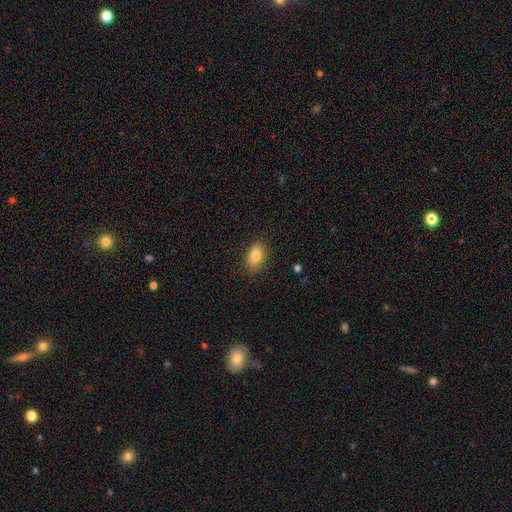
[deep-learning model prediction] smooth 83%, star or artifact 9%, featured or disk 8%. Down the decision tree: how rounded — in between (86%); merging — none (85%).